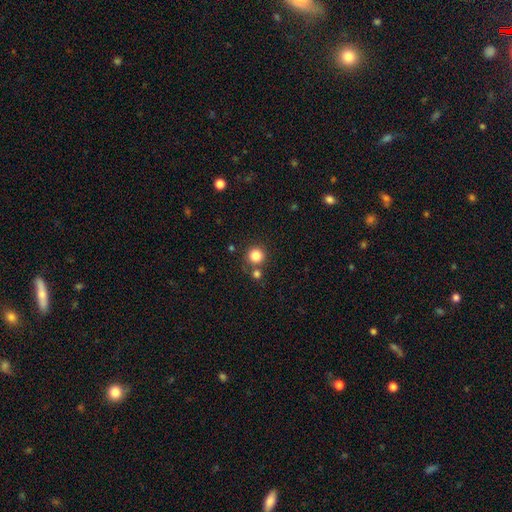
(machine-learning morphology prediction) This is clearly a smooth galaxy (83%). How rounded: clearly round (94%). Merging: likely none (75%).